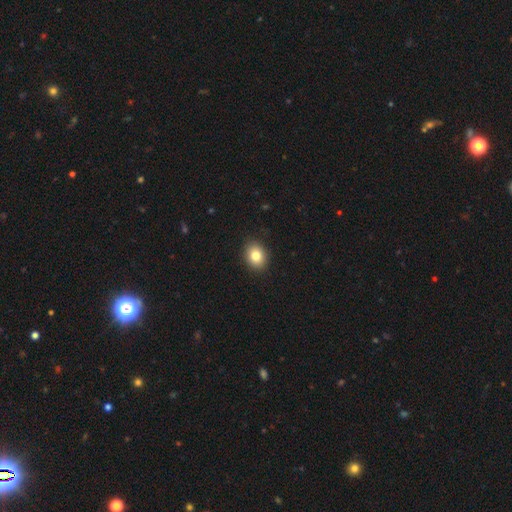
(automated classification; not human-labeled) Q: Smooth or featured?
A: smooth (83%); runner-up: star or artifact (9%)
Q: How rounded?
A: in between (56%); runner-up: round (43%)
Q: Merging?
A: none (90%); runner-up: minor disturbance (7%)